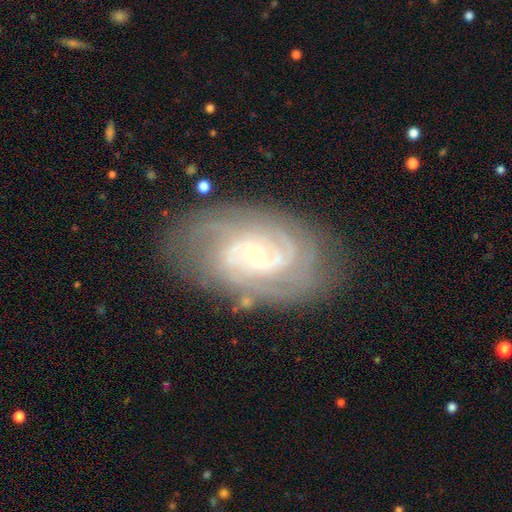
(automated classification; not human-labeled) Smooth or featured? Predicted: featured or disk (p=0.86). Edge-on disk? Predicted: no (p=0.96). Bar? Predicted: no (p=0.48). Spiral arms? Predicted: yes (p=0.97). Spiral winding? Predicted: tight (p=0.65). Spiral arm count? Predicted: can't tell (p=0.27). Bulge size? Predicted: small (p=0.77). Merging? Predicted: none (p=0.78).